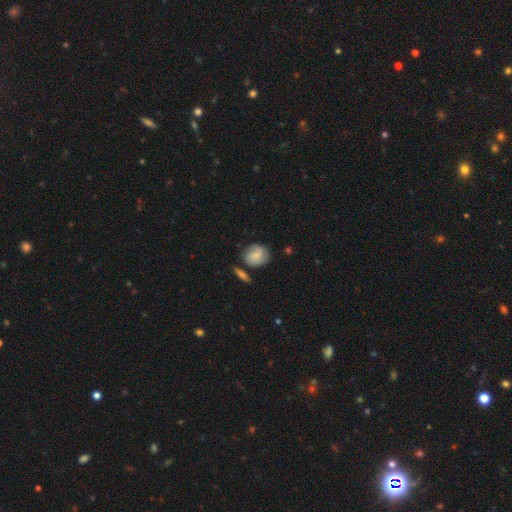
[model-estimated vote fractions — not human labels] smooth-or-featured: smooth: 55% | featured or disk: 38% | star or artifact: 7%
  how-rounded: round: 64% | in between: 34% | cigar-shaped: 2%
  merging: none: 65% | minor disturbance: 22% | merger: 7% | major disturbance: 6%